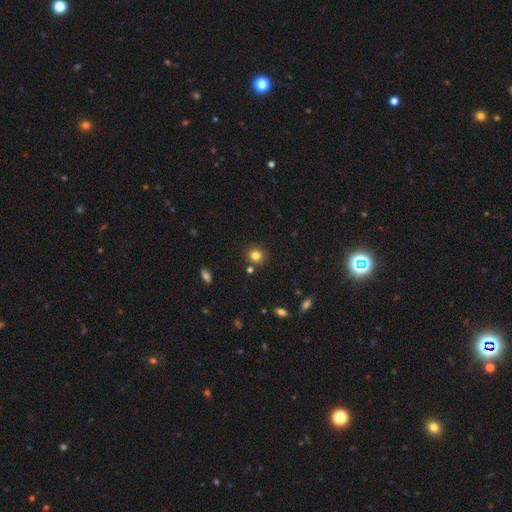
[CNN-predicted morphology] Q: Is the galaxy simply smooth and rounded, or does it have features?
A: smooth — 81%.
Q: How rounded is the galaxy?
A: round — 88%.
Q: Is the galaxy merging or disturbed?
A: none — 86%.